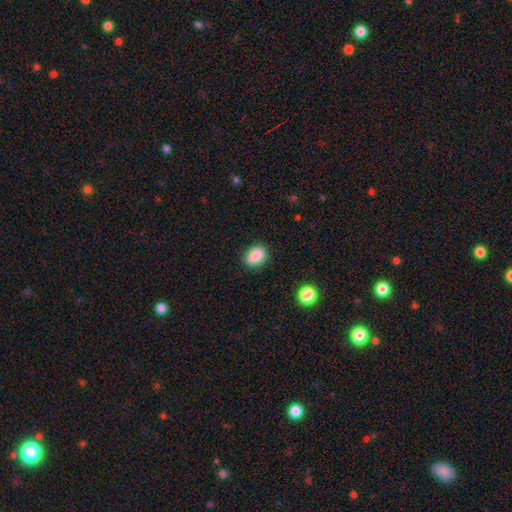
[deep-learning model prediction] smooth-or-featured: smooth: 87% | star or artifact: 9% | featured or disk: 4%
  how-rounded: in between: 71% | round: 27% | cigar-shaped: 1%
  merging: none: 83% | minor disturbance: 13% | major disturbance: 3% | merger: 1%